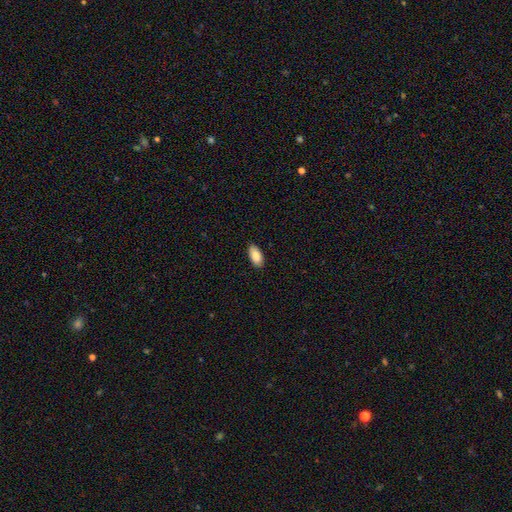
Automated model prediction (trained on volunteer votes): The model was most divided on "merging": none: 89%, minor disturbance: 9%, major disturbance: 2%, merger: 1%. More confident: how rounded — in between (93%); smooth or featured — smooth (89%).